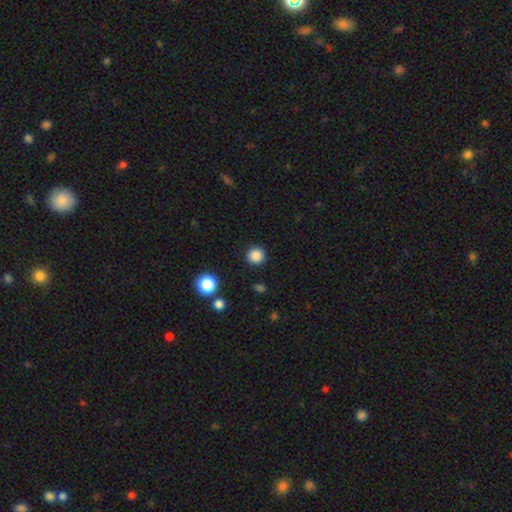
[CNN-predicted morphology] Overall: smooth (86%). How rounded: round (94%). Merging: none (91%).